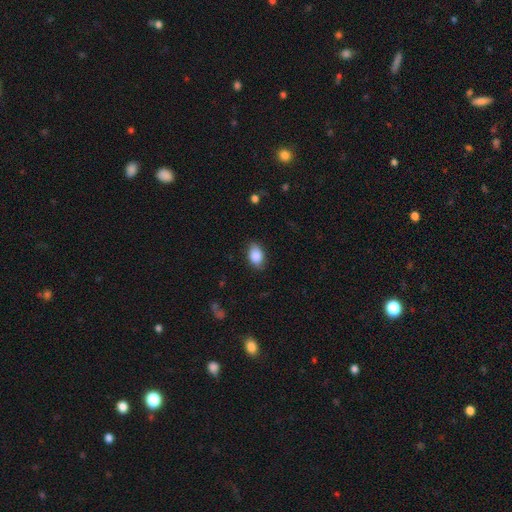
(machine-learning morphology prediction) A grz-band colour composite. It shows a smooth galaxy with no disk features (85%) that is in between round and cigar-shaped (84%). Merging: none (80%).